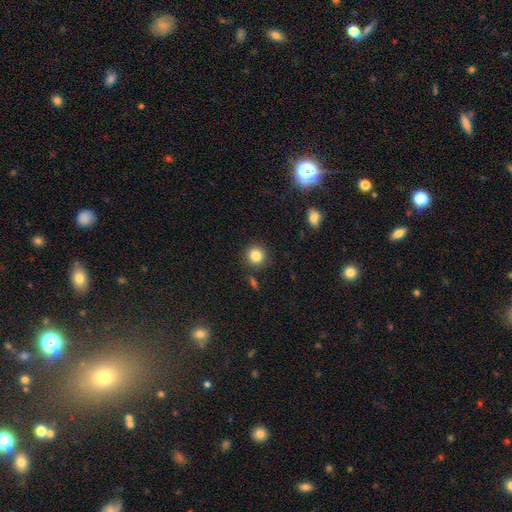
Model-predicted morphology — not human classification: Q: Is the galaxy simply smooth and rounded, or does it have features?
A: smooth — 84%.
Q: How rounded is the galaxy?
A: round — 93%.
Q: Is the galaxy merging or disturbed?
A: none — 89%.